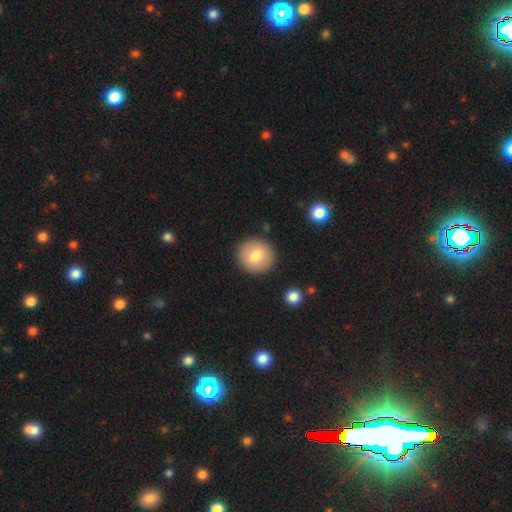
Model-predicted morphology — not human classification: smooth_or_featured: smooth (p=0.80) [alt: featured or disk p=0.13]
how_rounded: round (p=0.90) [alt: in between p=0.09]
merging: none (p=0.88) [alt: minor disturbance p=0.08]